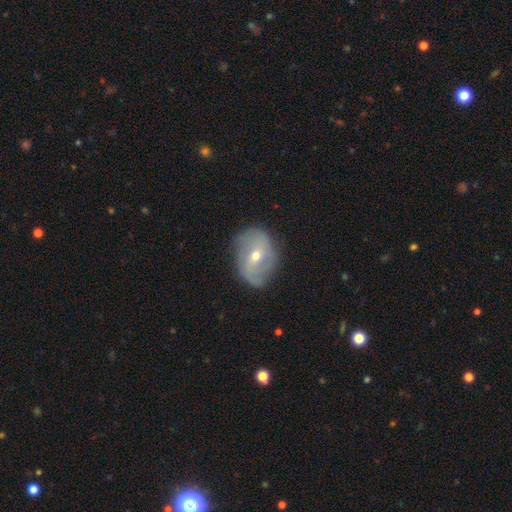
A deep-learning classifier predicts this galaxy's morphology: Smooth or featured?
  - featured or disk: 70% *
  - smooth: 21%
  - star or artifact: 8%
Edge-on disk?
  - no: 95% *
  - yes: 5%
Bar?
  - weak: 43% *
  - no: 32%
  - strong: 26%
Spiral arms?
  - yes: 79% *
  - no: 21%
Spiral winding?
  - loose: 42% *
  - medium: 36%
  - tight: 22%
Spiral arm count?
  - 2: 72% *
  - can't tell: 16%
  - 1: 4%
  - 3: 4%
  - 4: 2%
  - more than 4: 2%
Bulge size?
  - moderate: 51% *
  - small: 46%
  - large: 1%
  - none: 1%
  - dominant: 1%
Merging?
  - none: 73% *
  - minor disturbance: 19%
  - major disturbance: 7%
  - merger: 1%